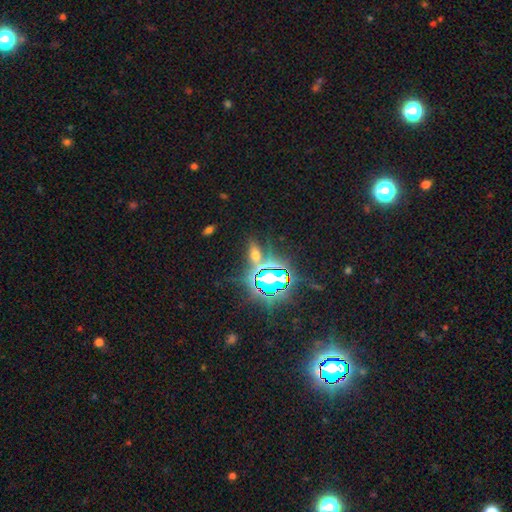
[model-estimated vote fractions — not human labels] Morphology: type=star or artifact (52%).